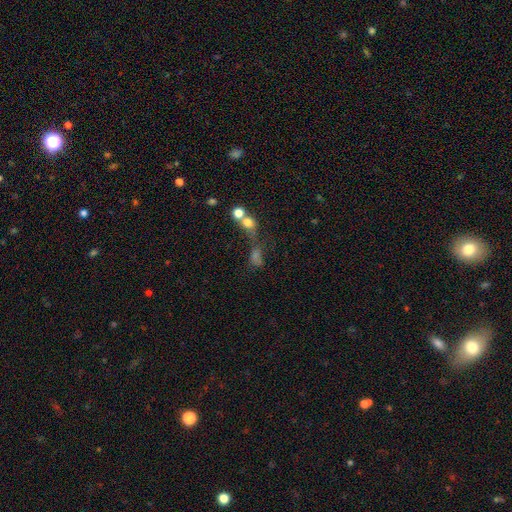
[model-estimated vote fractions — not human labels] The model was most divided on "merging": merger: 40%, none: 31%, major disturbance: 17%, minor disturbance: 11%. Remaining: smooth or featured — smooth (48%).